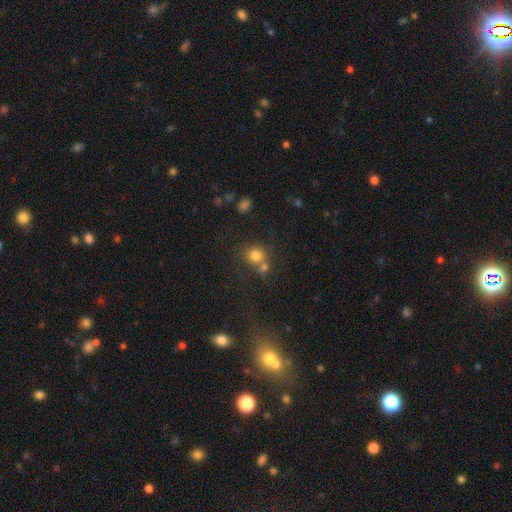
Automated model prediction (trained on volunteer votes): Smooth or featured? Predicted: smooth (p=0.77). How rounded? Predicted: round (p=0.81). Merging? Predicted: none (p=0.47).